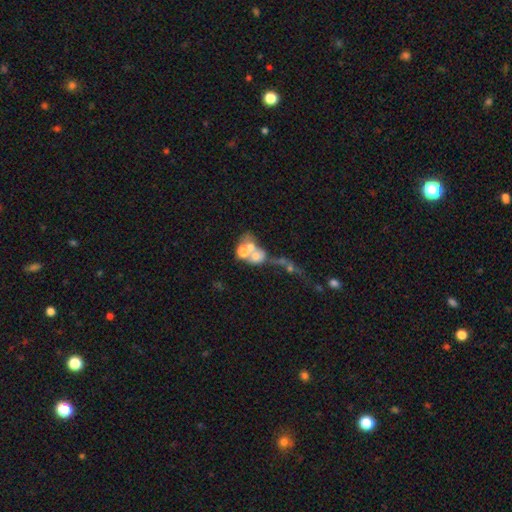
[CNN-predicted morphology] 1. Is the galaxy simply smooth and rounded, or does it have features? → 44% smooth, 39% featured or disk, 17% star or artifact.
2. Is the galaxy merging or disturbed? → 62% merger, 16% none, 16% major disturbance, 7% minor disturbance.